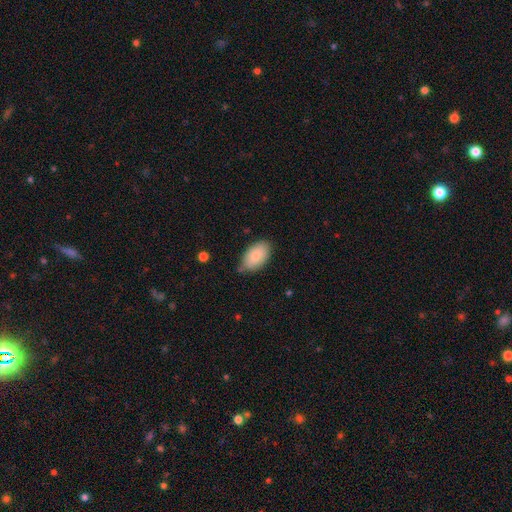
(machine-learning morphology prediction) smooth 84%, featured or disk 10%, star or artifact 6%. Down the decision tree: how rounded — in between (94%); merging — none (74%).